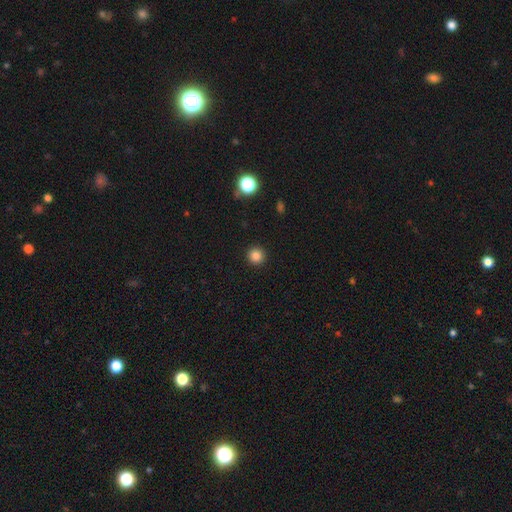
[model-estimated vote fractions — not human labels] Overall: smooth (84%). How rounded: round (95%). Merging: none (93%).